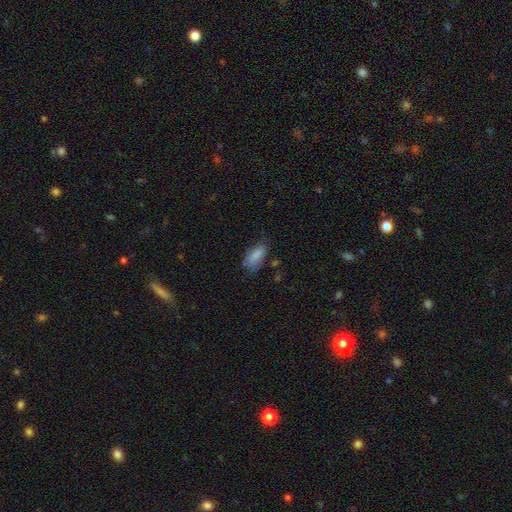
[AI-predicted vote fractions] Morphology: type=smooth (83%); roundness=in between (81%); merging=none (60%).